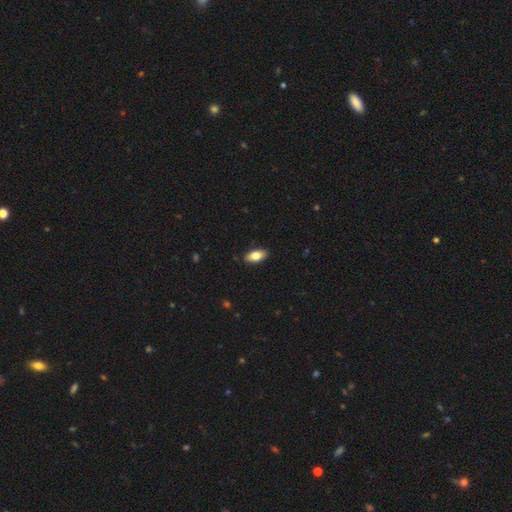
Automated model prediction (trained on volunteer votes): Overall: smooth (81%). How rounded: in between (91%). Merging: none (89%).